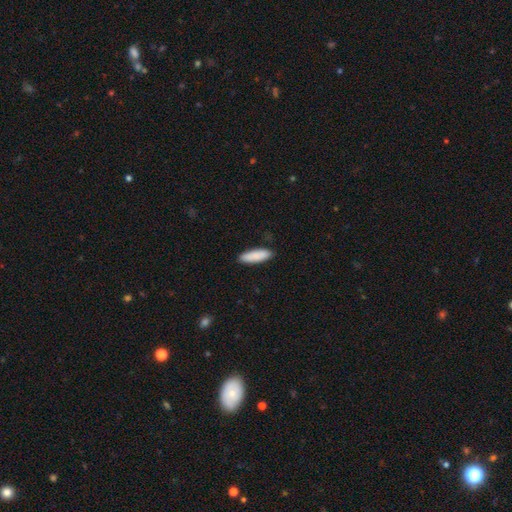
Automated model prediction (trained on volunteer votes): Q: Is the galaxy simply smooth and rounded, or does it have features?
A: smooth — 89%.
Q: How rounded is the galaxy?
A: cigar-shaped — 51%.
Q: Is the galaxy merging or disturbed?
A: none — 89%.